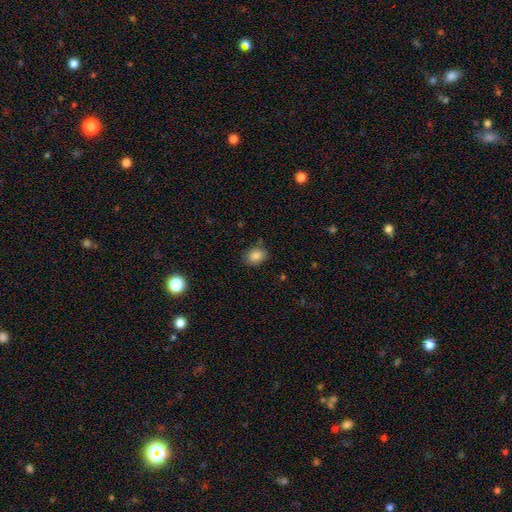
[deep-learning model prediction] Smooth or featured? smooth (85%)
How rounded? in between (67%)
Merging? none (77%)